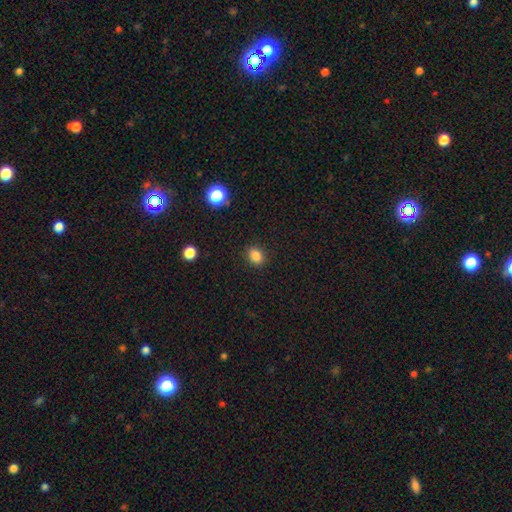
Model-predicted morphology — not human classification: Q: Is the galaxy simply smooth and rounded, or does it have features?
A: smooth — 84%.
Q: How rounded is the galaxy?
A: in between — 54%.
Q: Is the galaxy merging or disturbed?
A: none — 88%.